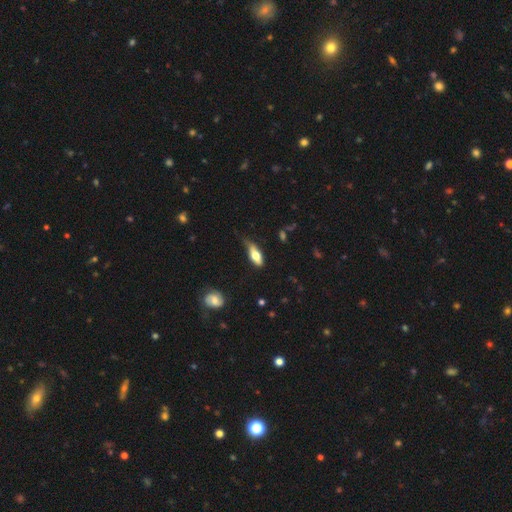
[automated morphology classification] This appears to be a smooth galaxy with no disk features (65%) that is in between round and cigar-shaped (74%). Merging: minor disturbance (43%).